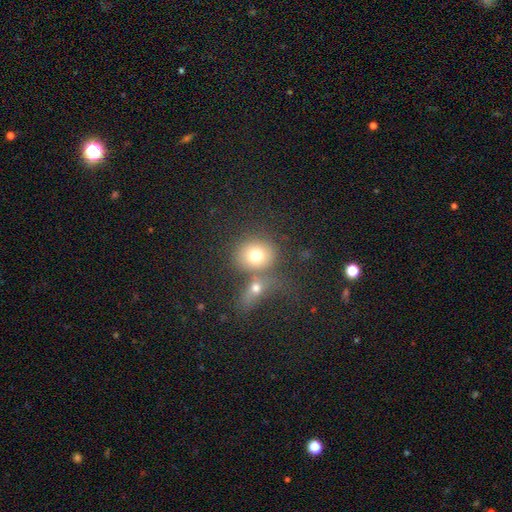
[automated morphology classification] smooth_or_featured: smooth (p=0.73) [alt: featured or disk p=0.15]
how_rounded: round (p=0.73) [alt: in between p=0.26]
merging: none (p=0.46) [alt: merger p=0.38]